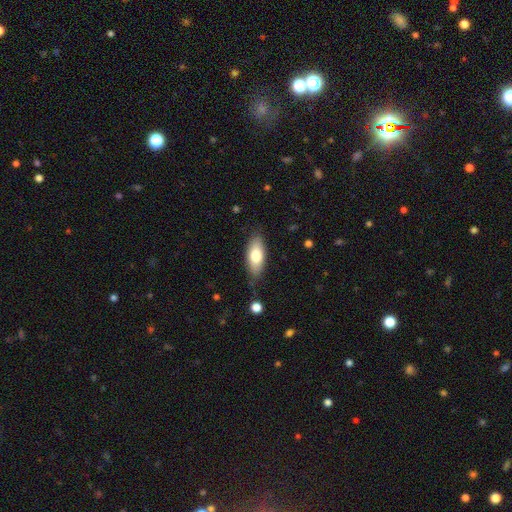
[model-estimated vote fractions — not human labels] Smooth or featured? Predicted: smooth (p=0.74). How rounded? Predicted: in between (p=0.79). Merging? Predicted: none (p=0.78).